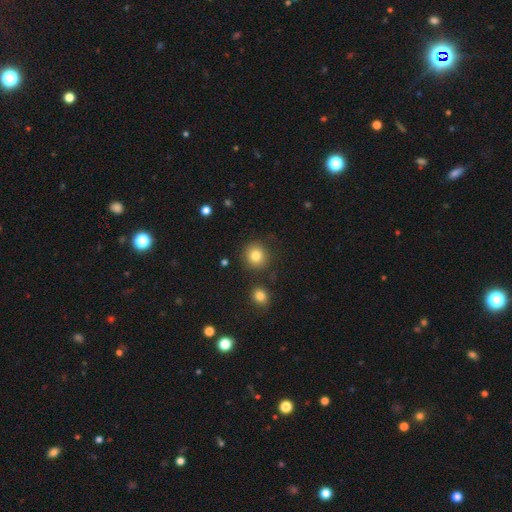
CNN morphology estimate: smooth-or-featured: smooth: 83% | star or artifact: 10% | featured or disk: 7%
  how-rounded: round: 90% | in between: 9% | cigar-shaped: 1%
  merging: none: 85% | minor disturbance: 8% | merger: 4% | major disturbance: 3%